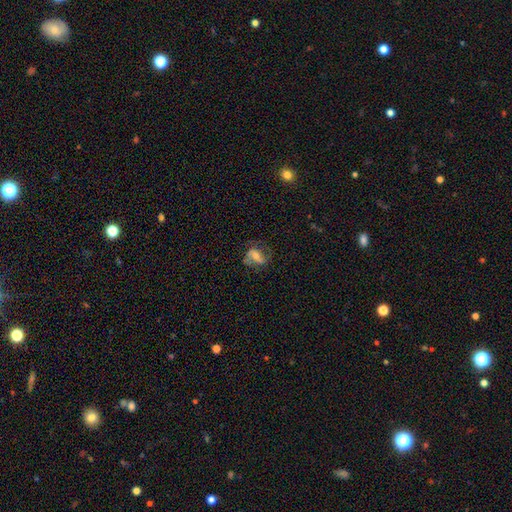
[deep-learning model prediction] Morphology: type=featured or disk (64%); edge-on=no (95%); bar=strong (39%); spiral arms=yes (83%); winding=medium (44%); arm count=2 (81%); bulge=moderate (54%); merging=none (63%).